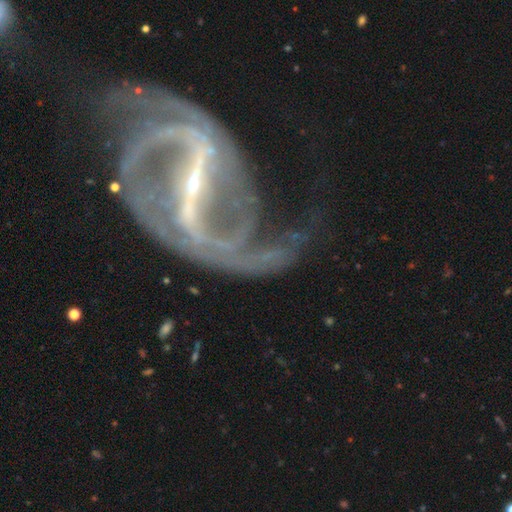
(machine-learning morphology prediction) This is clearly a featured or disk galaxy (92%). It is clearly not viewed edge-on (96%). Bar: clearly strong (85%). Spiral arm pattern: clearly yes (95%). Spiral arm count: clearly 2 (81%). Spiral winding: marginally loose (45%). Central bulge: clearly small (88%). Merging: possibly none (49%).